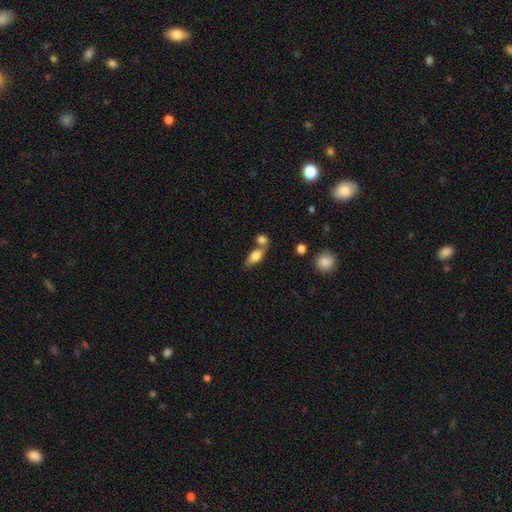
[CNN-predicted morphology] Q: Smooth or featured?
A: smooth (72%); runner-up: featured or disk (20%)
Q: How rounded?
A: in between (79%); runner-up: cigar-shaped (13%)
Q: Merging?
A: none (43%); runner-up: merger (40%)